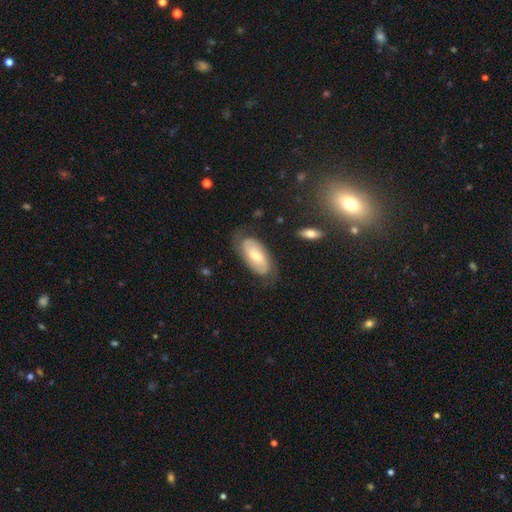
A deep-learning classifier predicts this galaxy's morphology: The model was most divided on "bar": weak: 41%, no: 40%, strong: 18%. Remaining: edge-on disk — no (92%); spiral arms — yes (84%); merging — none (69%); smooth or featured — featured or disk (57%); bulge size — moderate (48%).